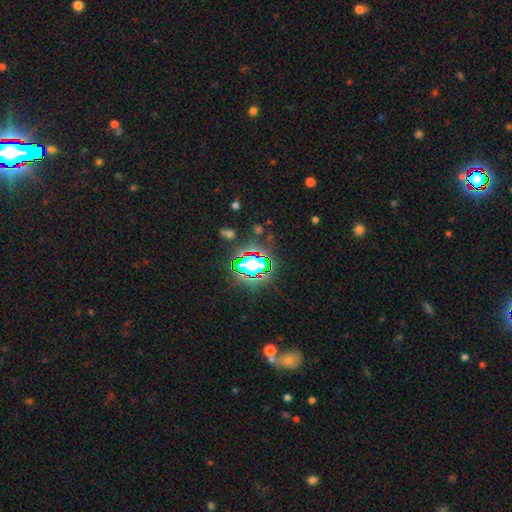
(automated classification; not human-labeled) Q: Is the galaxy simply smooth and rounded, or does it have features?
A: star or artifact — 80%.